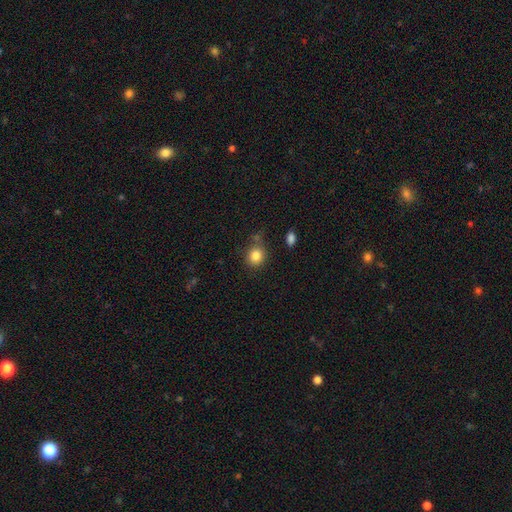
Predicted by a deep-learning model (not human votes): Q: Smooth or featured?
A: smooth (84%); runner-up: star or artifact (10%)
Q: How rounded?
A: round (79%); runner-up: in between (20%)
Q: Merging?
A: none (74%); runner-up: minor disturbance (14%)